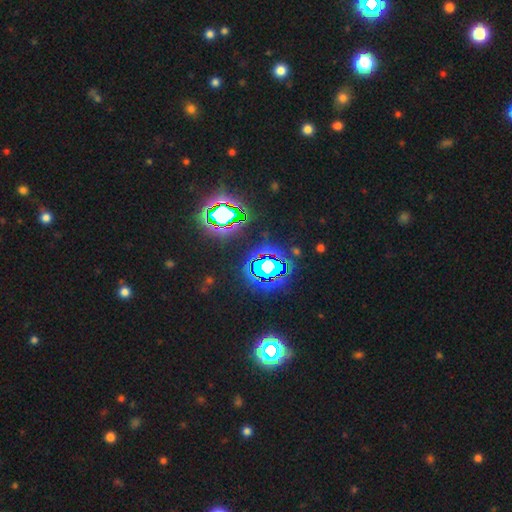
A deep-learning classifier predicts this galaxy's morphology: This appears to be a star or artifact, not a galaxy (82%).